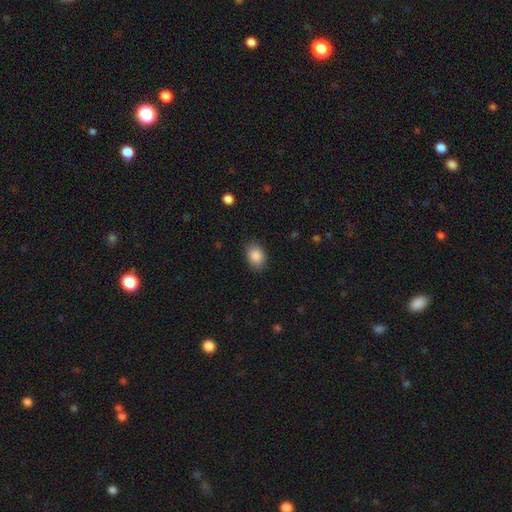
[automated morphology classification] Smooth or featured? Predicted: smooth (p=0.88). How rounded? Predicted: in between (p=0.76). Merging? Predicted: none (p=0.85).